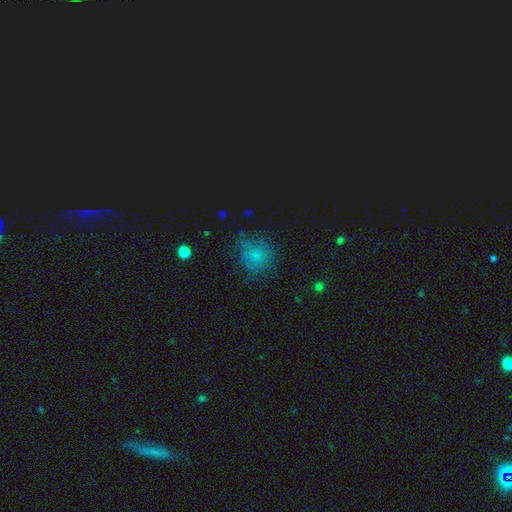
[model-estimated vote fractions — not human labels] smooth_or_featured: smooth (p=0.69) [alt: star or artifact p=0.18]
how_rounded: round (p=0.83) [alt: in between p=0.16]
merging: none (p=0.66) [alt: minor disturbance p=0.22]